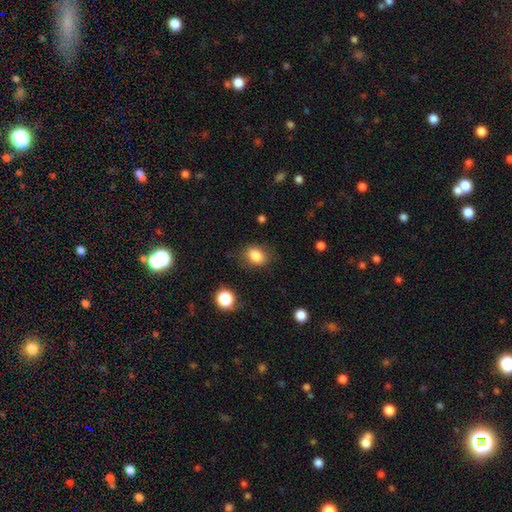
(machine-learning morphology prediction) This is clearly a smooth galaxy (85%). How rounded: likely in between (68%). Merging: likely none (77%).